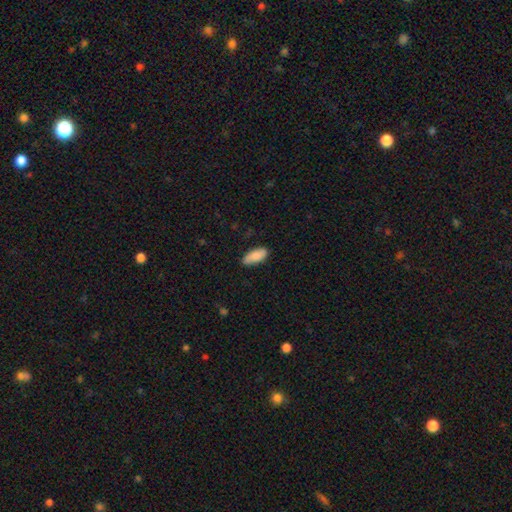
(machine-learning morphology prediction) type=smooth (86%); roundness=in between (85%); merging=none (85%).